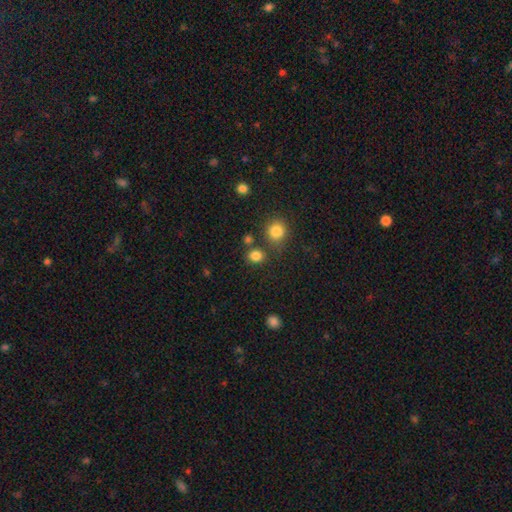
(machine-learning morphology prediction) type=smooth (82%); roundness=round (69%); merging=none (74%).